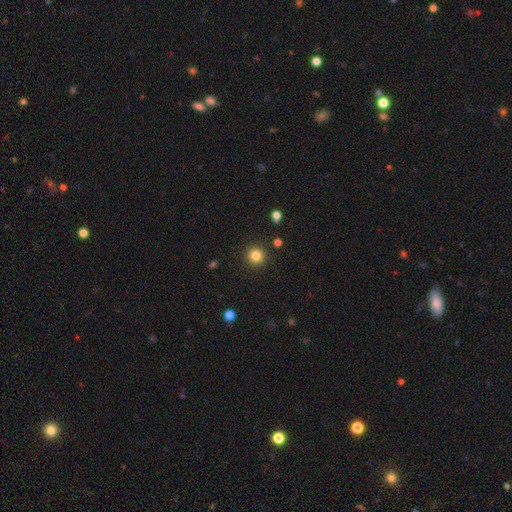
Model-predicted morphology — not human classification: Smooth or featured?
  - smooth: 82% *
  - star or artifact: 12%
  - featured or disk: 5%
How rounded?
  - round: 95% *
  - in between: 4%
  - cigar-shaped: 1%
Merging?
  - none: 92% *
  - minor disturbance: 5%
  - major disturbance: 2%
  - merger: 2%